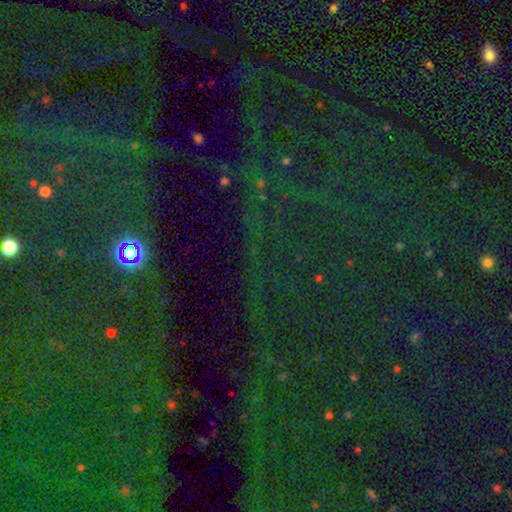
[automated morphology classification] type=star or artifact (80%).